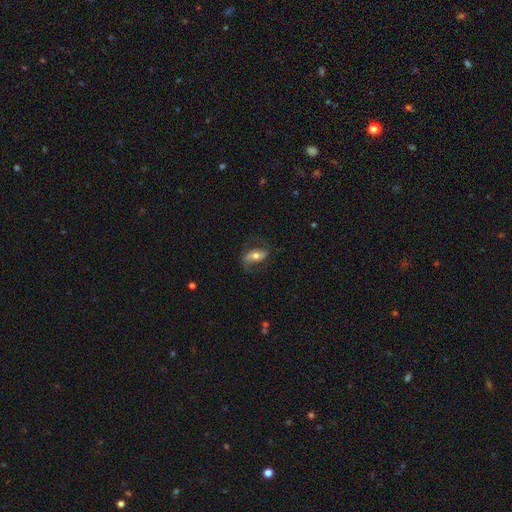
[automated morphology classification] Smooth or featured?
  - featured or disk: 54% *
  - smooth: 38%
  - star or artifact: 8%
Edge-on disk?
  - no: 91% *
  - yes: 9%
Merging?
  - none: 67% *
  - minor disturbance: 19%
  - major disturbance: 13%
  - merger: 1%